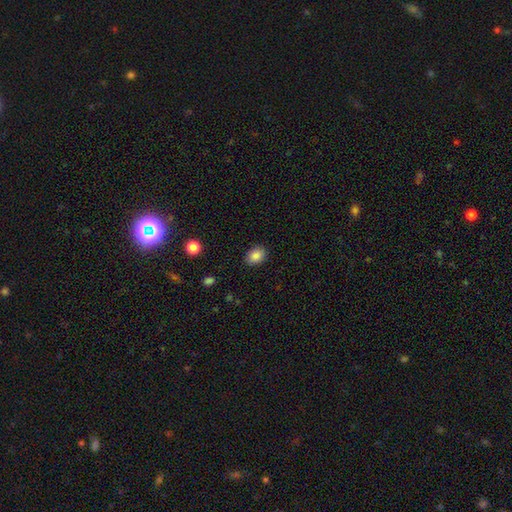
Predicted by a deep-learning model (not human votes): The model was most divided on "how rounded": in between: 68%, round: 32%, cigar-shaped: 1%. More confident: merging — none (88%); smooth or featured — smooth (85%).